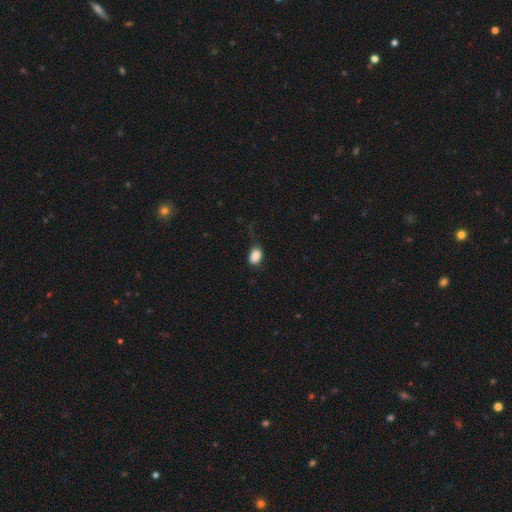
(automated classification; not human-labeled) smooth-or-featured: smooth: 87% | star or artifact: 8% | featured or disk: 5%
  how-rounded: in between: 81% | round: 18% | cigar-shaped: 1%
  merging: none: 70% | minor disturbance: 22% | major disturbance: 7% | merger: 1%